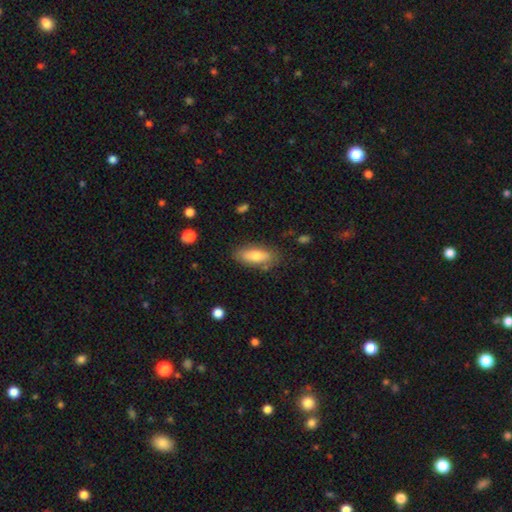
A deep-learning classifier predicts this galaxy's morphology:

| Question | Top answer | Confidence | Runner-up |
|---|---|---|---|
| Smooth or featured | smooth | 70% | featured or disk (24%) |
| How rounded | in between | 74% | cigar-shaped (23%) |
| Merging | none | 79% | minor disturbance (15%) |